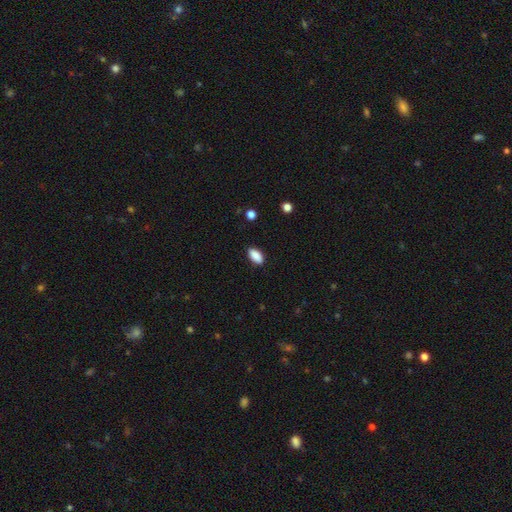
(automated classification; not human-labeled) Smooth or featured?
  - smooth: 89% *
  - star or artifact: 7%
  - featured or disk: 4%
How rounded?
  - in between: 91% *
  - cigar-shaped: 6%
  - round: 3%
Merging?
  - none: 87% *
  - minor disturbance: 10%
  - major disturbance: 2%
  - merger: 1%